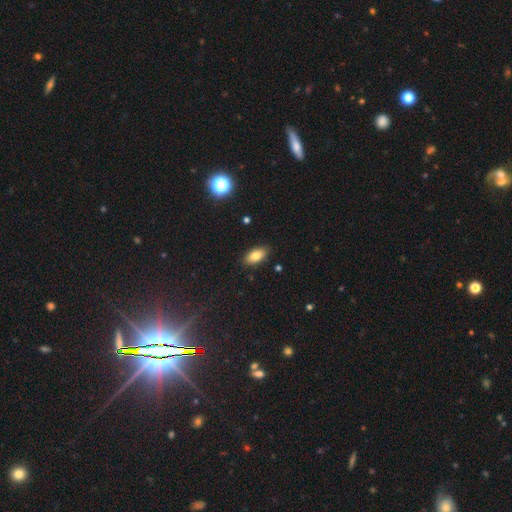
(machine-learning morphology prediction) Smooth or featured? smooth (81%)
How rounded? in between (91%)
Merging? none (87%)